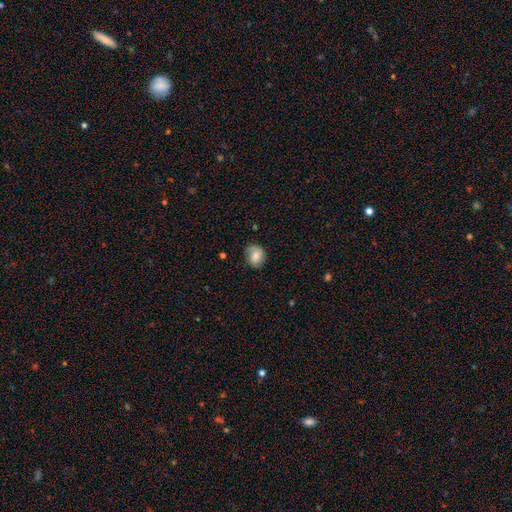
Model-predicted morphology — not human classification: A smooth galaxy with no disk features (69%) that is round (59%).

Vote fractions:
- Smooth or featured? smooth: 69% / featured or disk: 22% / star or artifact: 8%
- How rounded? round: 59% / in between: 40% / cigar-shaped: 1%
- Merging? none: 71% / minor disturbance: 22% / major disturbance: 5% / merger: 1%